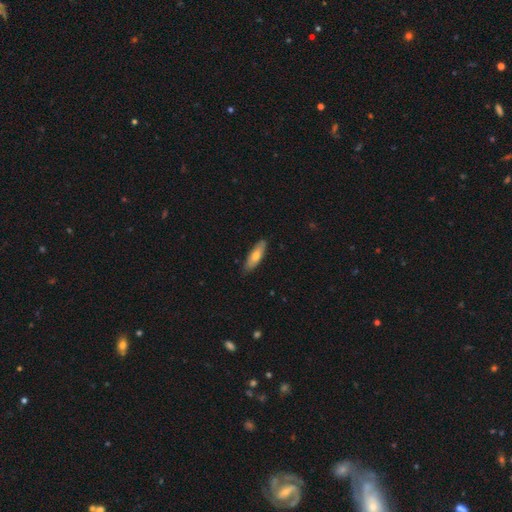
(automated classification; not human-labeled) smooth_or_featured: smooth (p=0.68) [alt: featured or disk p=0.26]
how_rounded: cigar-shaped (p=0.51) [alt: in between p=0.47]
merging: none (p=0.84) [alt: minor disturbance p=0.13]